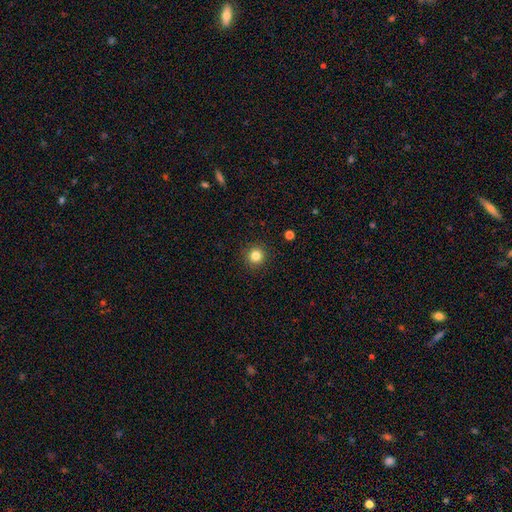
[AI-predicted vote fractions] The model was most divided on "smooth or featured": smooth: 83%, star or artifact: 12%, featured or disk: 5%. More confident: how rounded — round (95%); merging — none (92%).